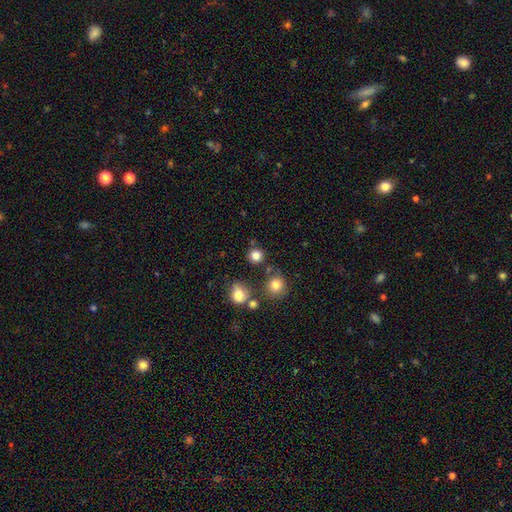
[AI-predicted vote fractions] This appears to be a smooth galaxy with no disk features (81%) that is round (91%). Merging: none (80%).